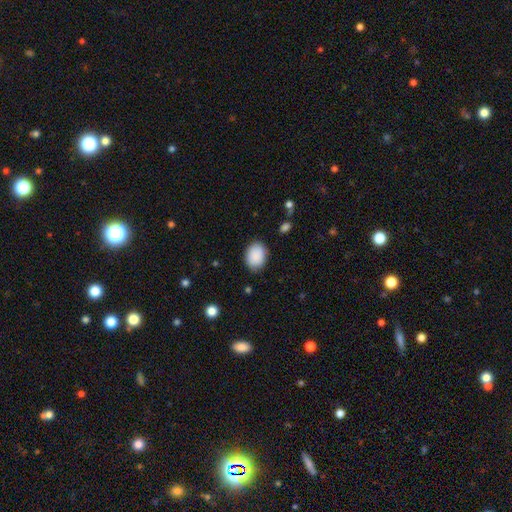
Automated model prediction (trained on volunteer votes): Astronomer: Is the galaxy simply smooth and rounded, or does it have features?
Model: smooth — 90%.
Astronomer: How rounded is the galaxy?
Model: in between — 68%.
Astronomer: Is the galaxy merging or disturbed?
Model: none — 84%.